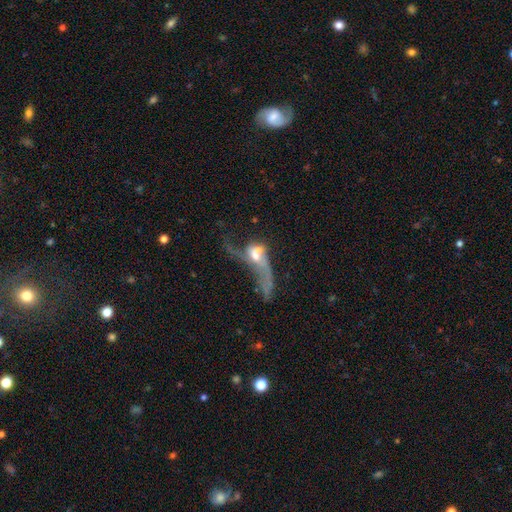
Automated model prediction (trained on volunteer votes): Morphology: type=featured or disk (62%); edge-on=no (89%); bar=no (68%); spiral arms=yes (57%); bulge=moderate (48%); merging=major disturbance (40%).